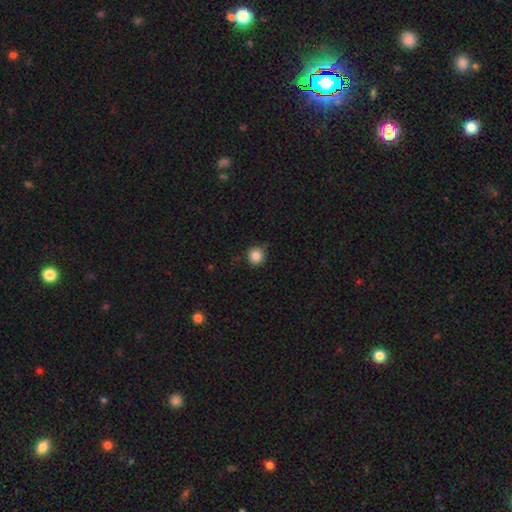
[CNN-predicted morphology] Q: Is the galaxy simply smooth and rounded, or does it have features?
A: smooth — 85%.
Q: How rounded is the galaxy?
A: round — 94%.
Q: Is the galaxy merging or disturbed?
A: none — 79%.